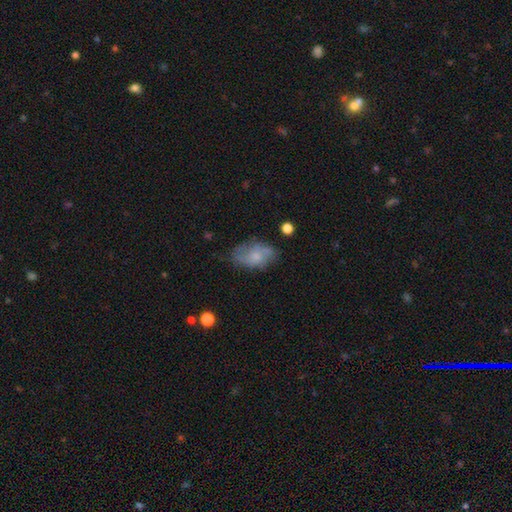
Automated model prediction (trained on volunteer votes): A smooth galaxy with no disk features (49%). Merging: none (61%).